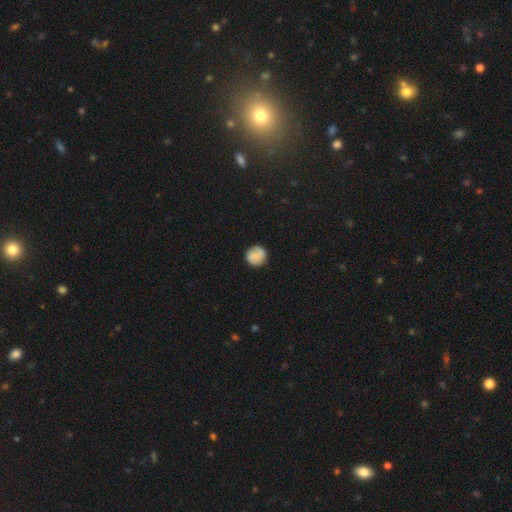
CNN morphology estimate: Q: Smooth or featured?
A: smooth (76%); runner-up: featured or disk (16%)
Q: How rounded?
A: round (91%); runner-up: in between (8%)
Q: Merging?
A: none (84%); runner-up: minor disturbance (12%)